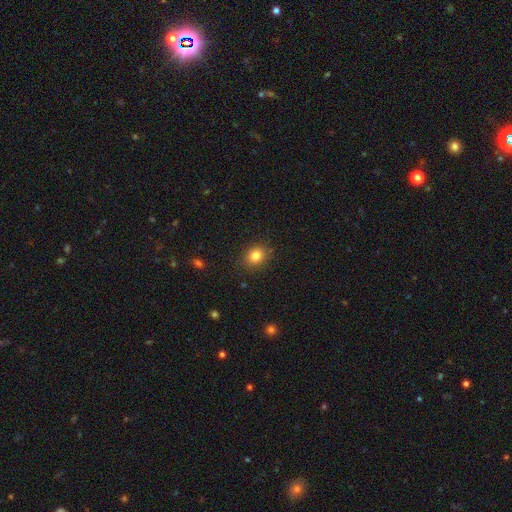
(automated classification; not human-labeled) Morphology: type=smooth (83%); roundness=round (55%); merging=none (87%).